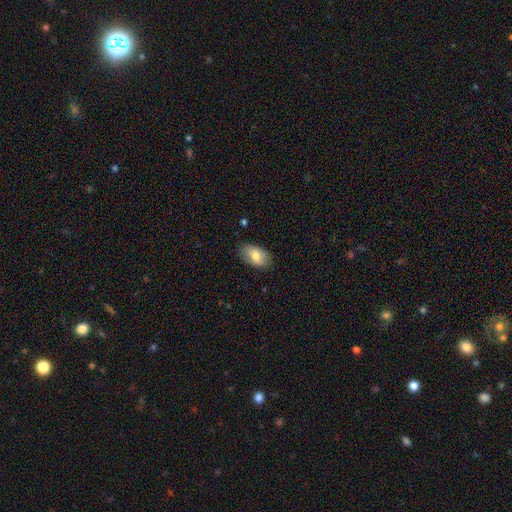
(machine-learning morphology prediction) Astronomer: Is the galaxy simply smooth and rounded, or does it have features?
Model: smooth — 75%.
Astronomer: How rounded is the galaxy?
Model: in between — 93%.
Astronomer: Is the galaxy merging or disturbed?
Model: none — 83%.